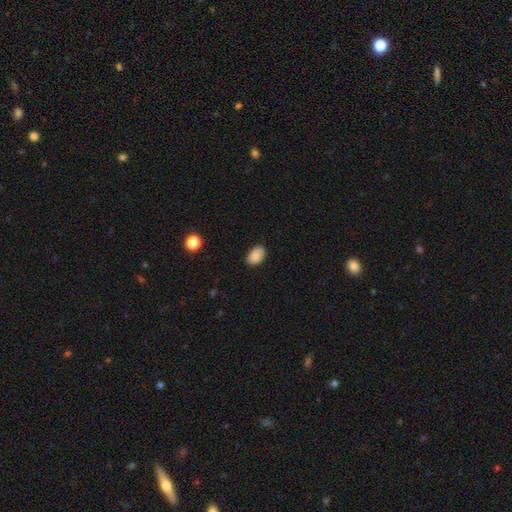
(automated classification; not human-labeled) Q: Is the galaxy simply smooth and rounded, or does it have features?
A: smooth — 87%.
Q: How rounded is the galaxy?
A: in between — 87%.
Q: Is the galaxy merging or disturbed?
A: none — 81%.